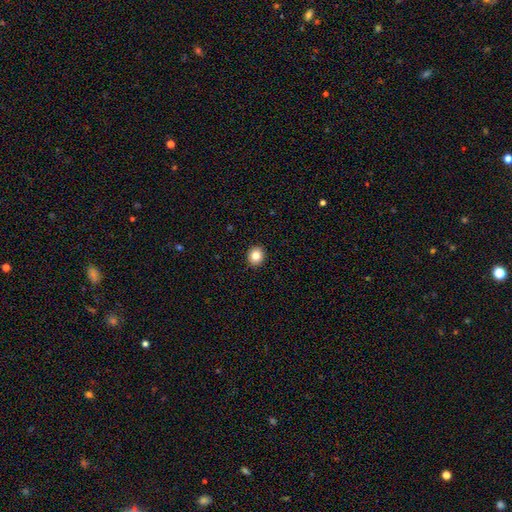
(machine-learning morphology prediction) This is clearly a smooth galaxy (84%). How rounded: clearly round (83%). Merging: clearly none (92%).